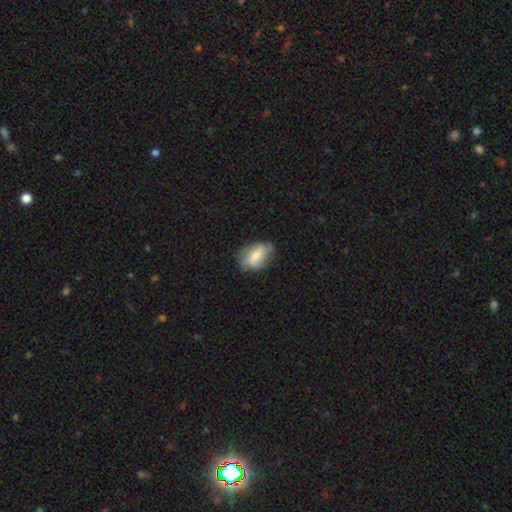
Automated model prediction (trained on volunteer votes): A smooth galaxy with no disk features (63%) that is in between round and cigar-shaped (84%).

Vote fractions:
- Smooth or featured? smooth: 63% / featured or disk: 30% / star or artifact: 7%
- How rounded? in between: 84% / round: 14% / cigar-shaped: 2%
- Merging? none: 65% / minor disturbance: 27% / major disturbance: 7% / merger: 1%